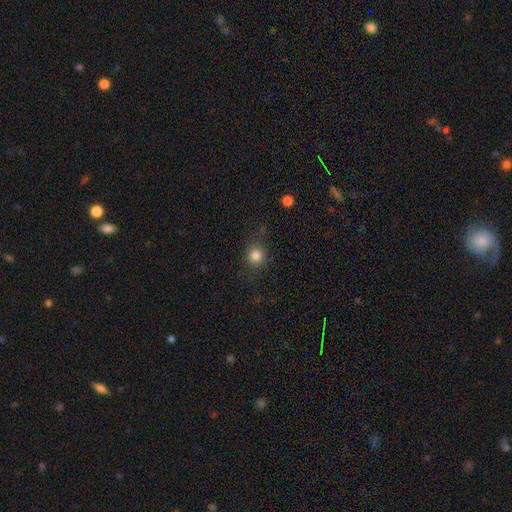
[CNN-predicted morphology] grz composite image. It shows a smooth galaxy with no disk features (83%) that is round (87%). Merging: none (80%).